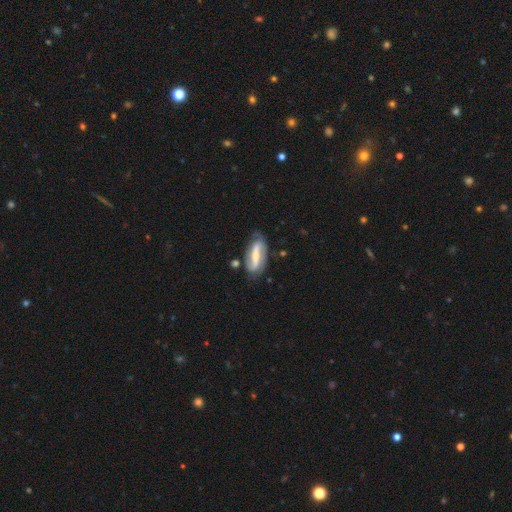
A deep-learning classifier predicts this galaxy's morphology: Smooth or featured: featured or disk — 78% (smooth — 17%)
Edge-on disk: no — 91% (yes — 9%)
Bar: strong — 65% (weak — 23%)
Spiral arms: yes — 90% (no — 10%)
Spiral winding: medium — 38% (loose — 36%)
Spiral arm count: 2 — 86% (can't tell — 7%)
Bulge size: small — 50% (moderate — 39%)
Merging: none — 74% (minor disturbance — 17%)